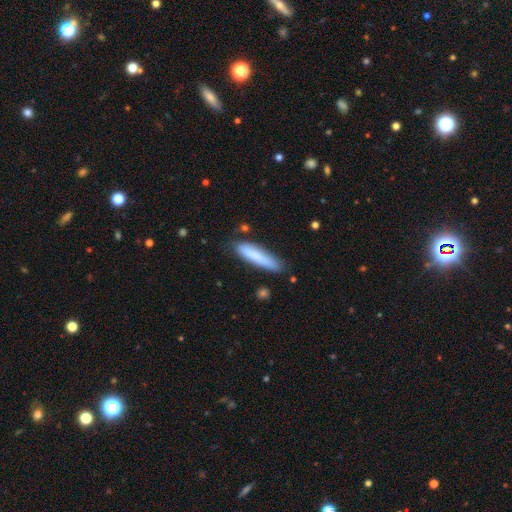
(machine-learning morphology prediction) type=smooth (80%); roundness=cigar-shaped (83%); merging=none (76%).